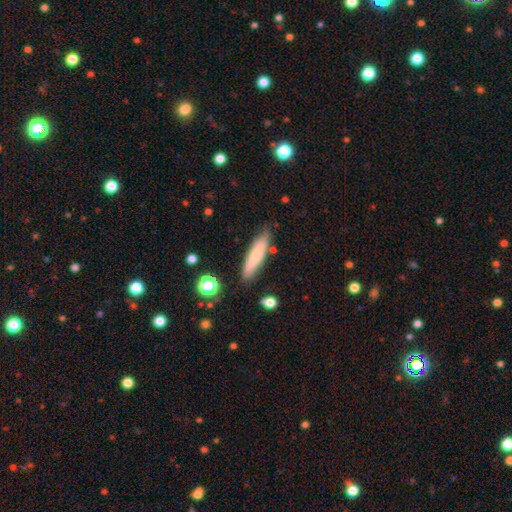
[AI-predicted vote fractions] smooth 66%, featured or disk 27%, star or artifact 7%. Down the decision tree: how rounded — cigar-shaped (75%); merging — none (80%).